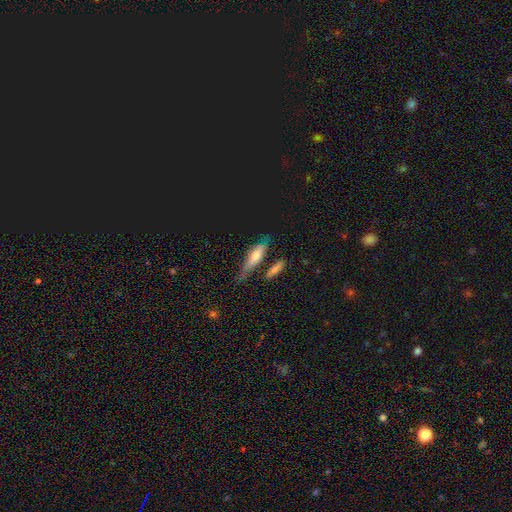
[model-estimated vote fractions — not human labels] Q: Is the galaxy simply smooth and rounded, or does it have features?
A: smooth — 41%.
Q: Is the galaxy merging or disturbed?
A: none — 62%.